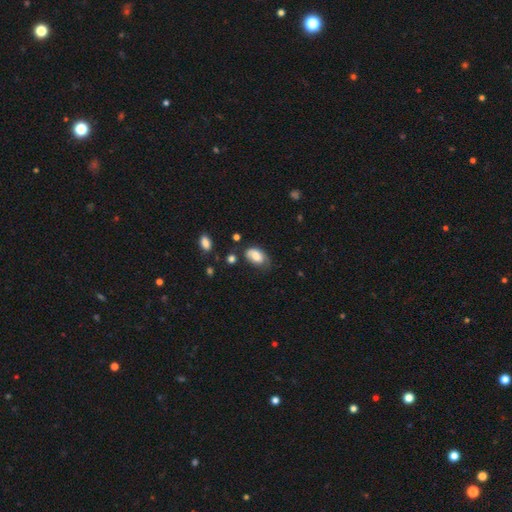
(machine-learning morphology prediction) Q: Smooth or featured?
A: smooth (75%); runner-up: featured or disk (17%)
Q: How rounded?
A: in between (91%); runner-up: round (8%)
Q: Merging?
A: none (44%); runner-up: minor disturbance (36%)